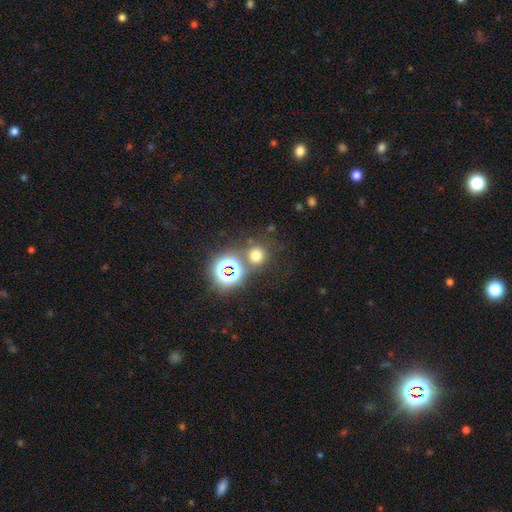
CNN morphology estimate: Smooth or featured?
  - smooth: 64% *
  - star or artifact: 29%
  - featured or disk: 7%
How rounded?
  - round: 90% *
  - in between: 9%
  - cigar-shaped: 1%
Merging?
  - none: 72% *
  - merger: 16%
  - minor disturbance: 8%
  - major disturbance: 4%